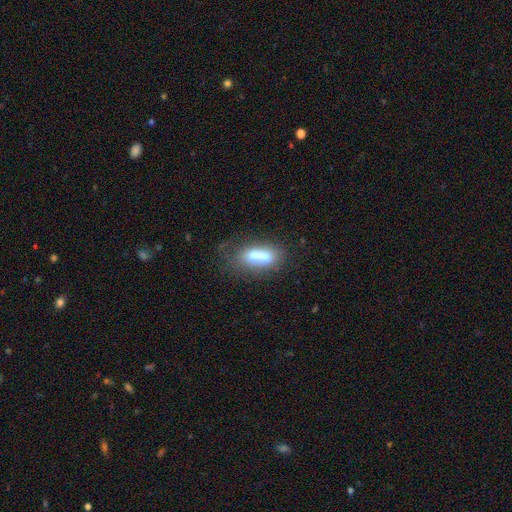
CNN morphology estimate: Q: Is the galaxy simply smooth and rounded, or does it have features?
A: smooth — 60%.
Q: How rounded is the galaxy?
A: in between — 67%.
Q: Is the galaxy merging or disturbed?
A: merger — 63%.